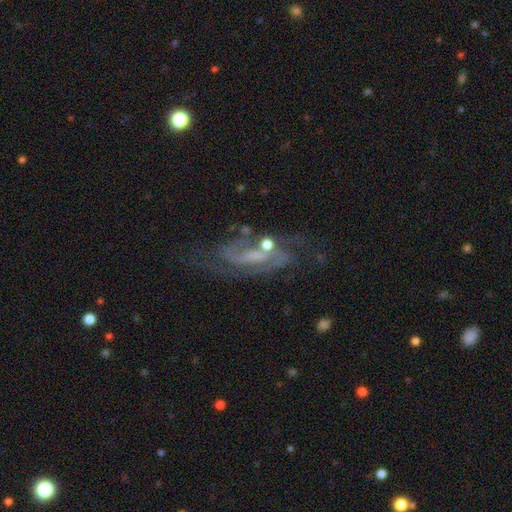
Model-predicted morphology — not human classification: Smooth or featured? featured or disk (83%)
Edge-on disk? no (92%)
Bar? weak (49%)
Spiral arms? yes (94%)
Spiral winding? medium (52%)
Spiral arm count? 2 (65%)
Bulge size? small (51%)
Merging? none (63%)